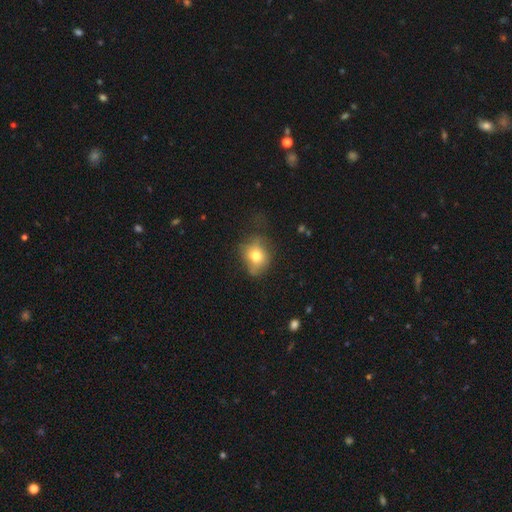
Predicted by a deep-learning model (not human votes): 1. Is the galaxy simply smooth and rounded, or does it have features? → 72% smooth, 18% featured or disk, 11% star or artifact.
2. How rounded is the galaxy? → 55% round, 44% in between, 1% cigar-shaped.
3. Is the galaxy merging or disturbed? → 52% none, 30% minor disturbance, 16% major disturbance, 2% merger.